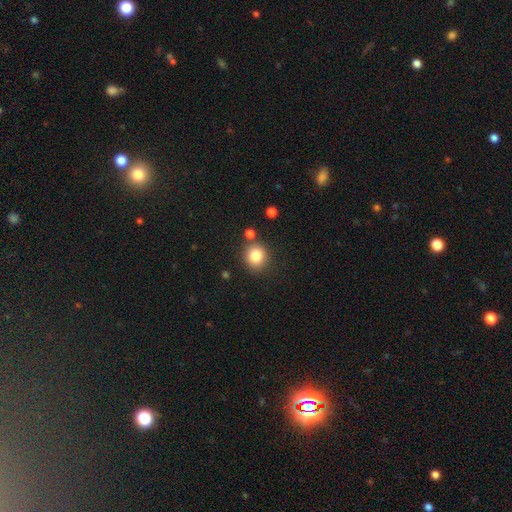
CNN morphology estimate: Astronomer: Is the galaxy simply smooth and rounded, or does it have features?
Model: smooth — 83%.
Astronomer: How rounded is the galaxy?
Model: round — 86%.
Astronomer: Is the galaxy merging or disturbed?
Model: none — 80%.